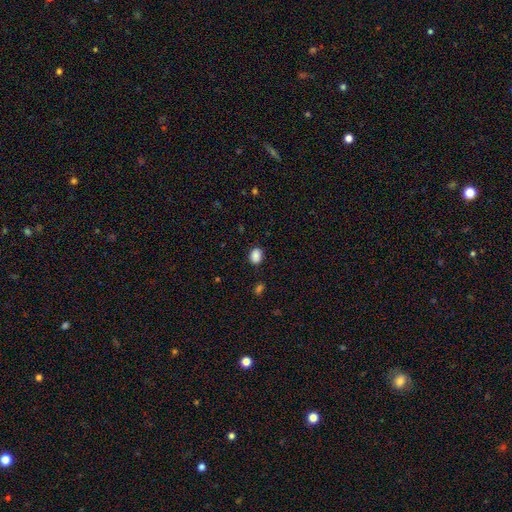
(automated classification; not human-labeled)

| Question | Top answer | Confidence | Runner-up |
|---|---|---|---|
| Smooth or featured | smooth | 88% | star or artifact (9%) |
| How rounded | in between | 67% | round (32%) |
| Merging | none | 86% | minor disturbance (10%) |